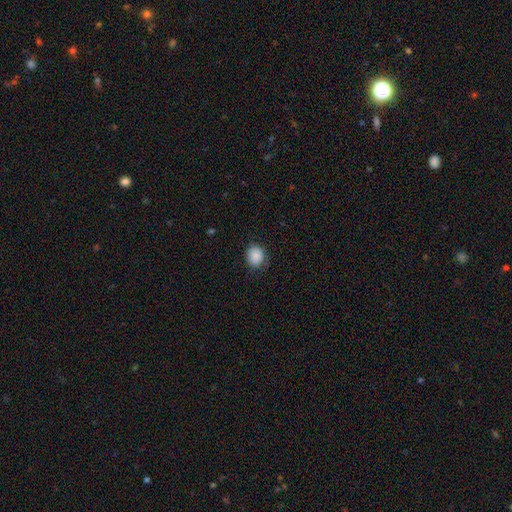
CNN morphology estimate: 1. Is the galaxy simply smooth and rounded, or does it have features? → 87% smooth, 8% star or artifact, 5% featured or disk.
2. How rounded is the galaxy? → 71% round, 28% in between, 1% cigar-shaped.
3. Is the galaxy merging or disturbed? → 75% none, 19% minor disturbance, 5% major disturbance, 1% merger.